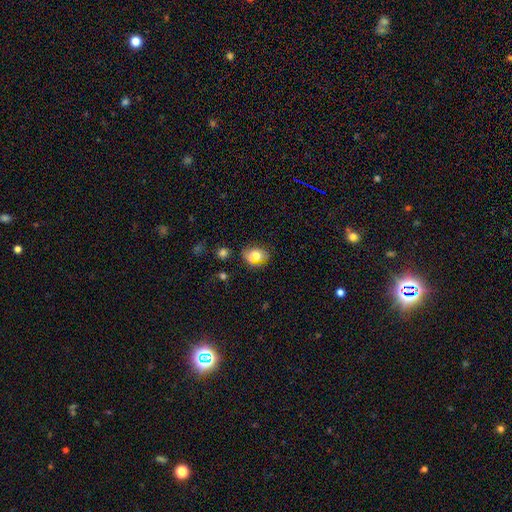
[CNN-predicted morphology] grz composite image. It shows a smooth galaxy with no disk features (71%) that is in between round and cigar-shaped (61%). Merging: none (72%).